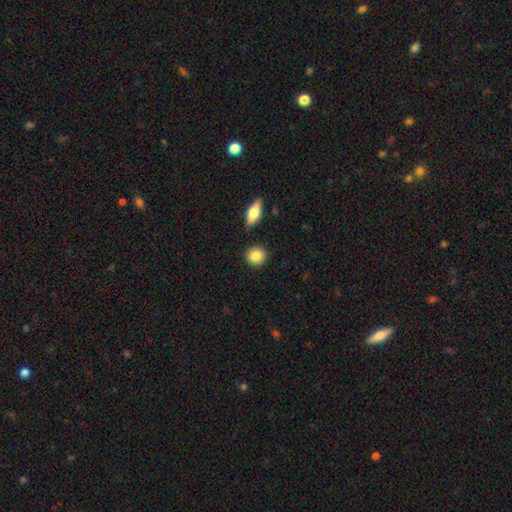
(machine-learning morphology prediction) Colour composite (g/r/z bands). It shows a smooth galaxy with no disk features (86%) that is round (86%). Merging: none (88%).